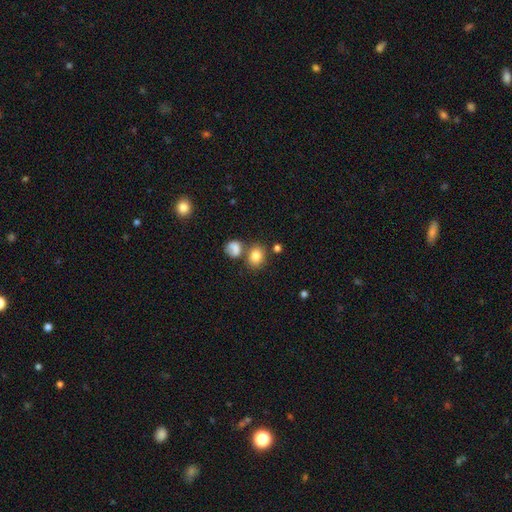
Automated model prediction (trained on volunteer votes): The model was most divided on "how rounded": round: 59%, in between: 40%, cigar-shaped: 1%. More confident: smooth or featured — smooth (82%); merging — none (63%).